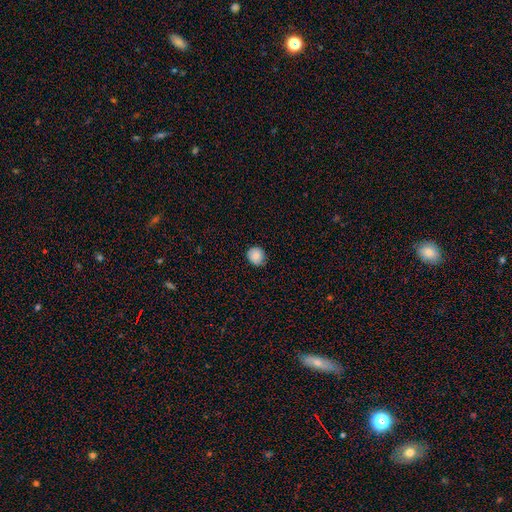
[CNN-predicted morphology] Q: Smooth or featured?
A: smooth (85%); runner-up: star or artifact (9%)
Q: How rounded?
A: round (87%); runner-up: in between (12%)
Q: Merging?
A: none (80%); runner-up: minor disturbance (16%)